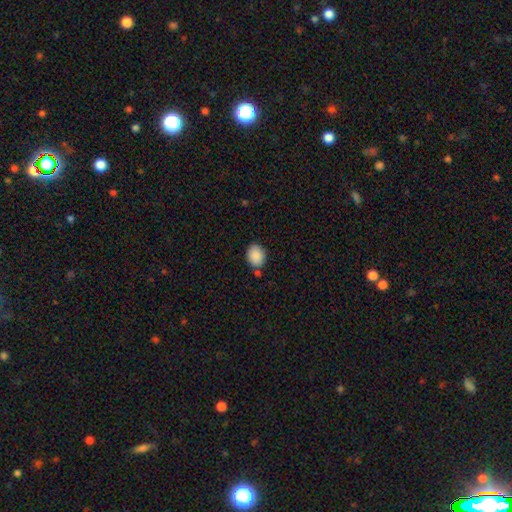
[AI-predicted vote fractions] Smooth or featured: smooth — 89% (star or artifact — 7%)
How rounded: in between — 53% (round — 46%)
Merging: none — 77% (minor disturbance — 13%)